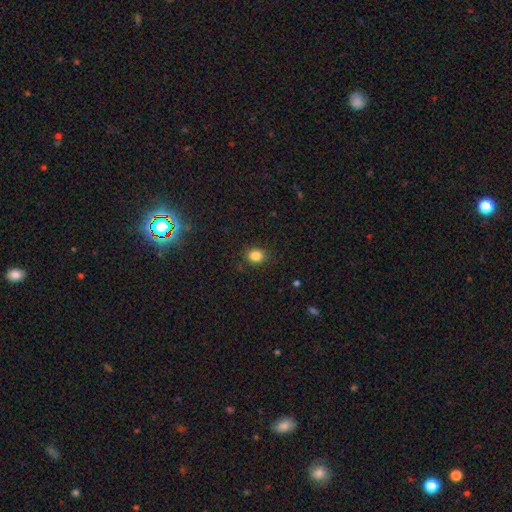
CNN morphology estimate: A smooth galaxy with no disk features (84%) that is round (65%).

Vote fractions:
- Smooth or featured? smooth: 84% / star or artifact: 11% / featured or disk: 5%
- How rounded? round: 65% / in between: 34% / cigar-shaped: 1%
- Merging? none: 87% / minor disturbance: 9% / major disturbance: 3% / merger: 1%